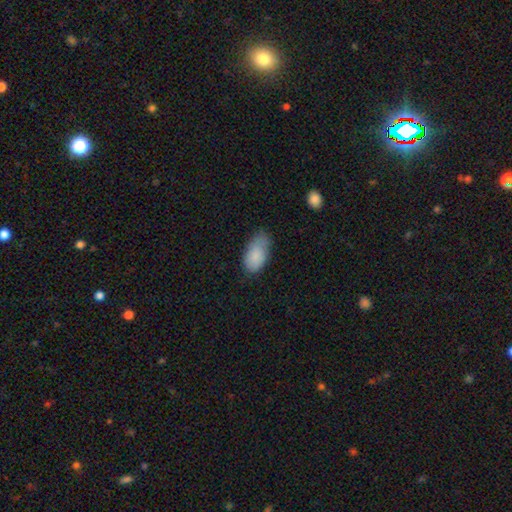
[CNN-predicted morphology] smooth_or_featured: smooth (p=0.85) [alt: featured or disk p=0.08]
how_rounded: in between (p=0.94) [alt: round p=0.03]
merging: none (p=0.52) [alt: minor disturbance p=0.36]